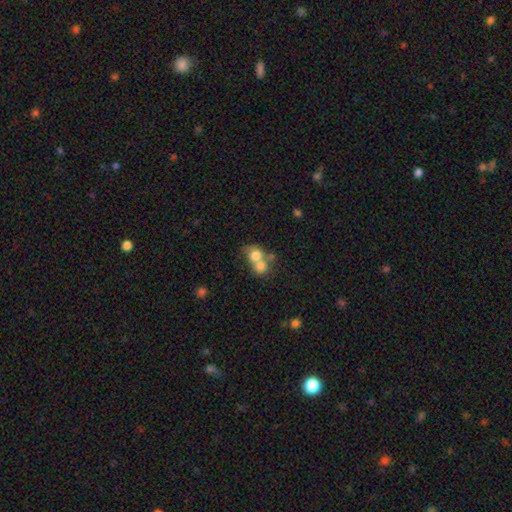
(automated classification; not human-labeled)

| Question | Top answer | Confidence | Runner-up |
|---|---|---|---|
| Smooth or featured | smooth | 71% | featured or disk (19%) |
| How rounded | round | 68% | in between (31%) |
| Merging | merger | 70% | none (20%) |